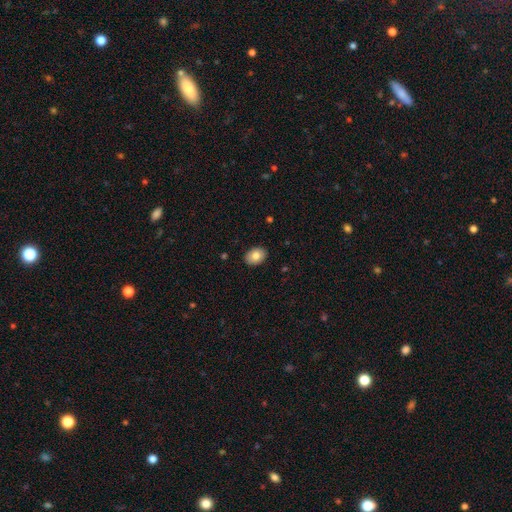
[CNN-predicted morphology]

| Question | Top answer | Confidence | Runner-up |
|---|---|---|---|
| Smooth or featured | smooth | 81% | featured or disk (11%) |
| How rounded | in between | 74% | round (25%) |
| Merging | none | 90% | minor disturbance (8%) |